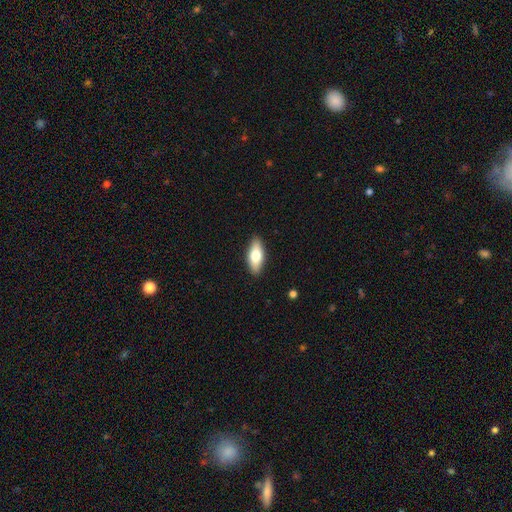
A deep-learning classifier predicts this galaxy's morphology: Q: Smooth or featured?
A: smooth (69%); runner-up: featured or disk (24%)
Q: How rounded?
A: in between (79%); runner-up: cigar-shaped (18%)
Q: Merging?
A: none (89%); runner-up: minor disturbance (8%)